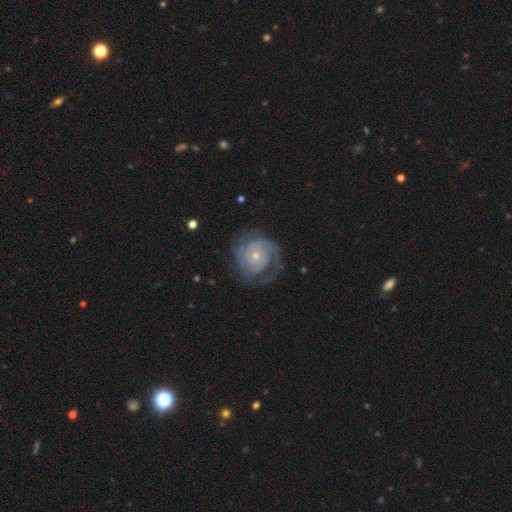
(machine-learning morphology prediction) This is clearly a featured or disk galaxy (86%). It is clearly not viewed edge-on (98%). Bar: likely no (76%). Spiral arm pattern: clearly yes (96%). Spiral arm count: marginally 2 (30%). Spiral winding: likely tight (69%). Central bulge: likely small (65%). Merging: likely none (70%).